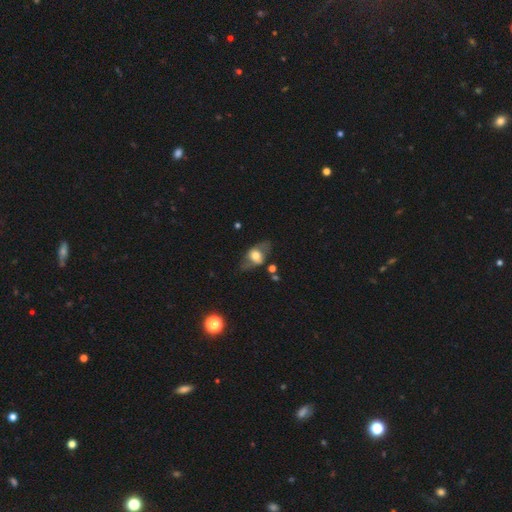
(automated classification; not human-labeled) smooth-or-featured: smooth: 48% | featured or disk: 44% | star or artifact: 8%
  merging: none: 56% | minor disturbance: 23% | major disturbance: 16% | merger: 4%